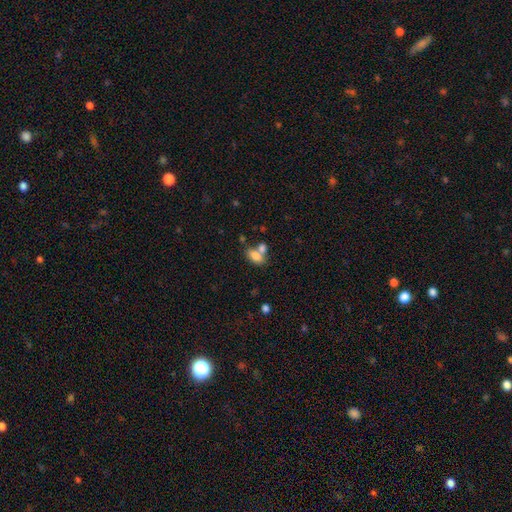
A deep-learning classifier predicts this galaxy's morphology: The model was most divided on "merging": merger: 44%, none: 40%, minor disturbance: 11%, major disturbance: 5%. More confident: how rounded — in between (87%); smooth or featured — smooth (79%).